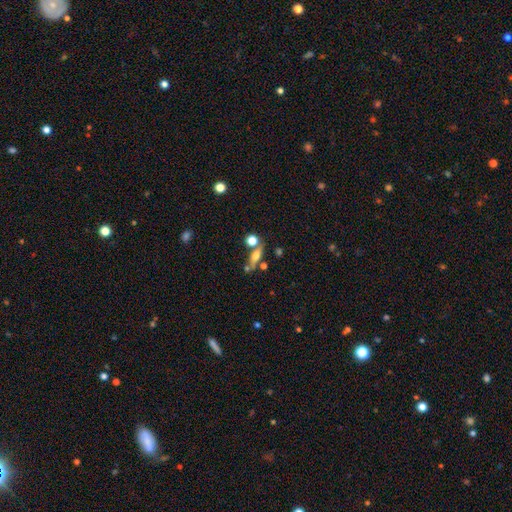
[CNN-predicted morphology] Smooth or featured?
  - smooth: 49% *
  - featured or disk: 39%
  - star or artifact: 12%
Merging?
  - none: 62% *
  - merger: 20%
  - minor disturbance: 13%
  - major disturbance: 6%